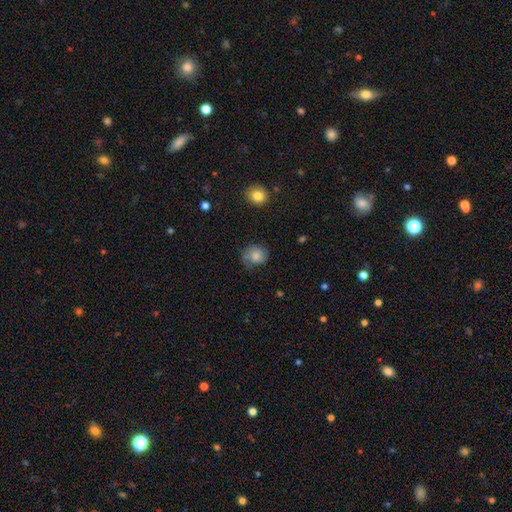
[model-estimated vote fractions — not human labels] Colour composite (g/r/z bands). It shows a smooth galaxy with no disk features (79%) that is round (79%). Merging: none (59%).